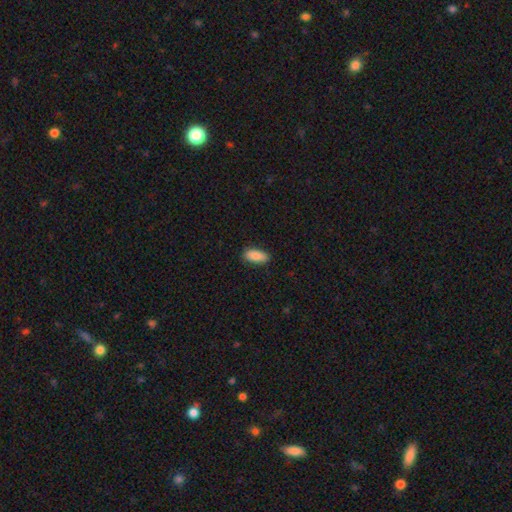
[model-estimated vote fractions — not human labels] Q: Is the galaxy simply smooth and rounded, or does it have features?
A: smooth — 87%.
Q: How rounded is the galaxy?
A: in between — 84%.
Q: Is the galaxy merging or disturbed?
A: none — 86%.